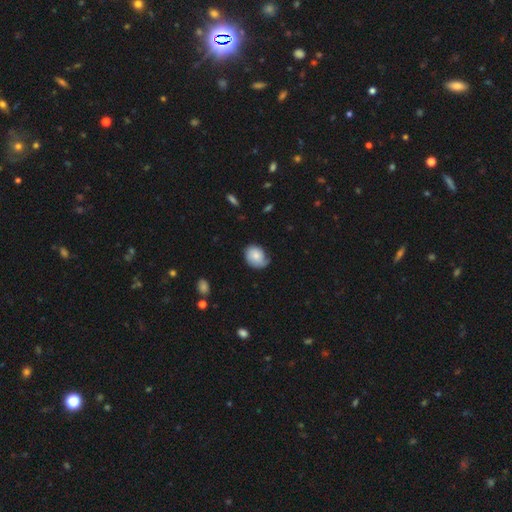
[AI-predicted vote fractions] Morphology: type=smooth (63%); roundness=in between (53%); merging=none (53%).